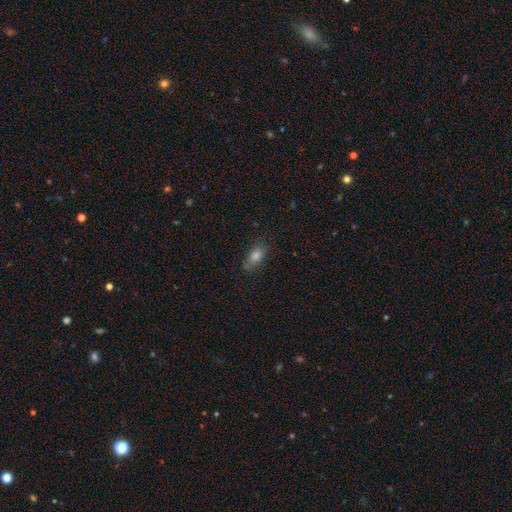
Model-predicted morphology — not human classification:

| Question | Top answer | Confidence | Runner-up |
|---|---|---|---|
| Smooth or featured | smooth | 75% | star or artifact (13%) |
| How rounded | in between | 82% | round (10%) |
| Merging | none | 75% | minor disturbance (19%) |